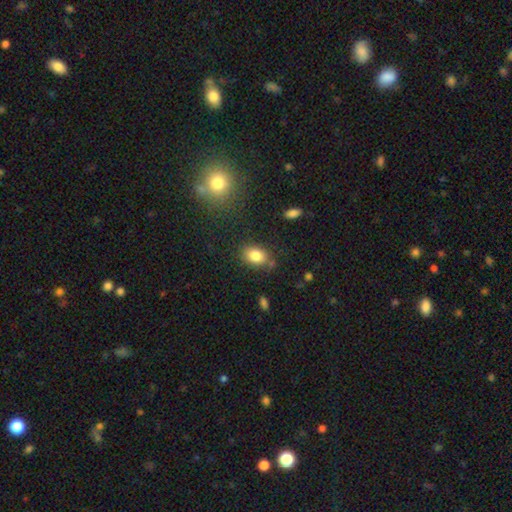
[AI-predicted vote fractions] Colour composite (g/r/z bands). It shows a smooth galaxy with no disk features (83%) that is in between round and cigar-shaped (77%). Merging: none (76%).